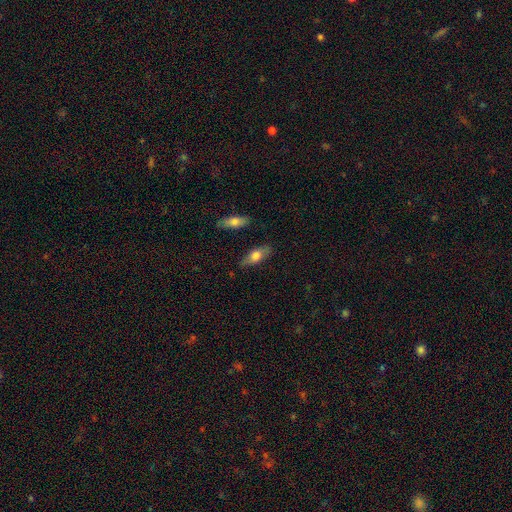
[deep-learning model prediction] Smooth or featured? smooth (64%)
How rounded? in between (70%)
Merging? none (81%)